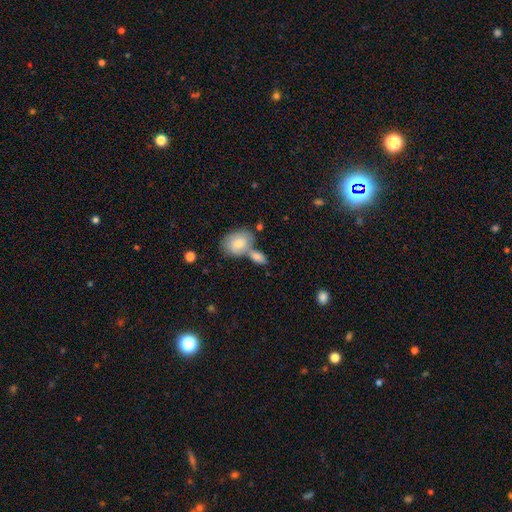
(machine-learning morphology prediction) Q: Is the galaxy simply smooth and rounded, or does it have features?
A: smooth — 66%.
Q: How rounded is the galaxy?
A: in between — 70%.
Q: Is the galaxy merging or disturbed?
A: none — 48%.